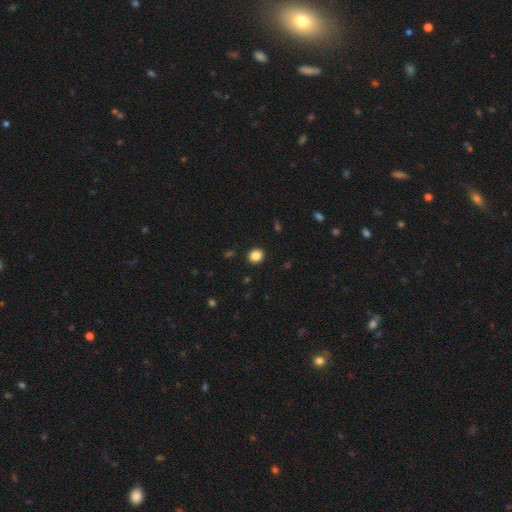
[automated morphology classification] Smooth or featured? Predicted: smooth (p=0.85). How rounded? Predicted: round (p=0.76). Merging? Predicted: none (p=0.92).